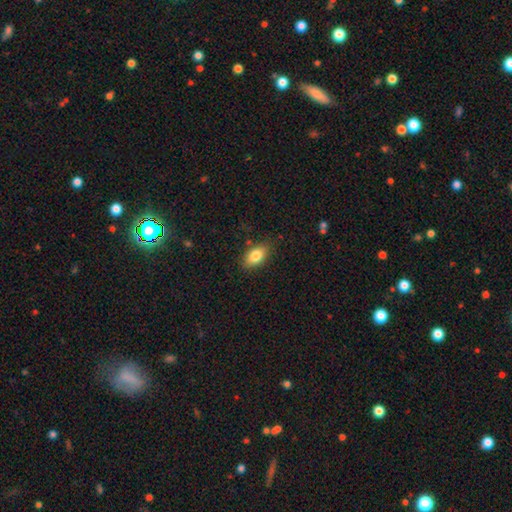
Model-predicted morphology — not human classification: The model was most divided on "merging": none: 82%, minor disturbance: 14%, major disturbance: 3%, merger: 2%. More confident: how rounded — in between (89%); smooth or featured — smooth (83%).